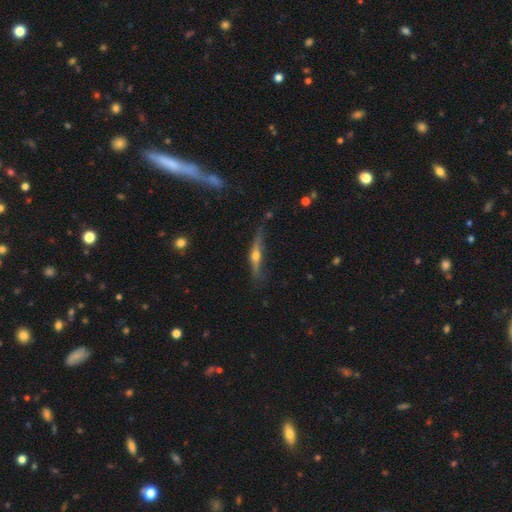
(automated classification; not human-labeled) Morphology: type=featured or disk (68%); edge-on=yes (95%); edge-on bulge=rounded (93%); merging=none (71%).